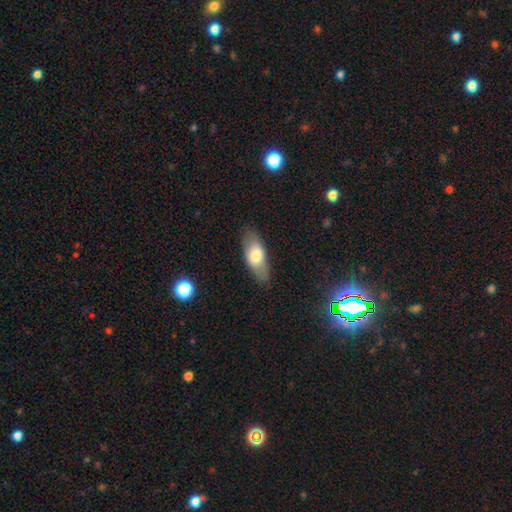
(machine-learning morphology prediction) A smooth galaxy with no disk features (70%) that is in between round and cigar-shaped (78%).

Vote fractions:
- Smooth or featured? smooth: 70% / featured or disk: 23% / star or artifact: 6%
- How rounded? in between: 78% / cigar-shaped: 19% / round: 3%
- Merging? none: 83% / minor disturbance: 12% / major disturbance: 3% / merger: 1%